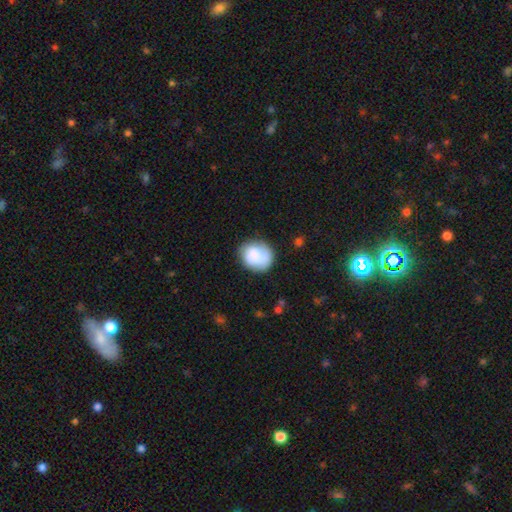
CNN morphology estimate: Smooth or featured: smooth — 77% (featured or disk — 16%)
How rounded: round — 71% (in between — 28%)
Merging: none — 72% (minor disturbance — 19%)